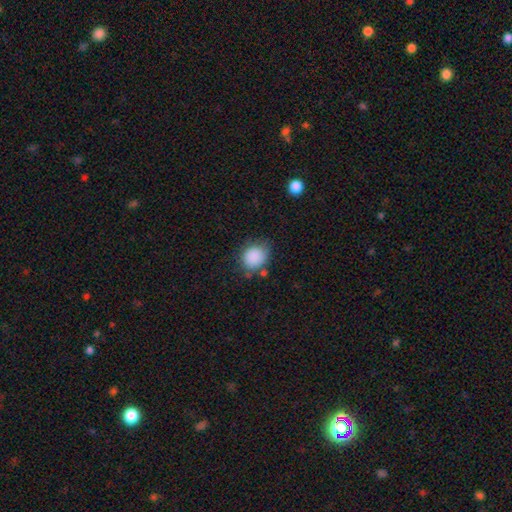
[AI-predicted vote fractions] smooth-or-featured: smooth: 87% | star or artifact: 9% | featured or disk: 4%
  how-rounded: round: 66% | in between: 33% | cigar-shaped: 1%
  merging: none: 69% | minor disturbance: 20% | major disturbance: 6% | merger: 5%